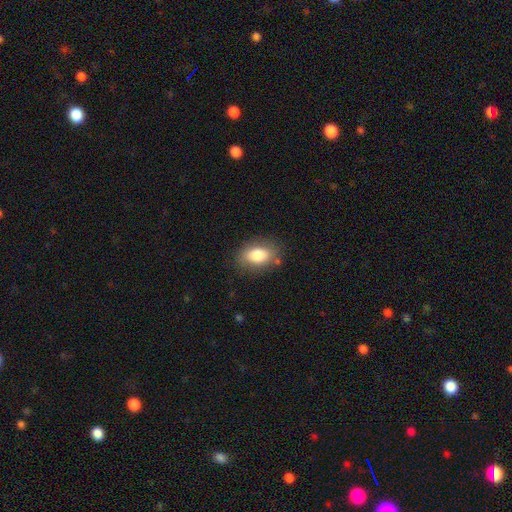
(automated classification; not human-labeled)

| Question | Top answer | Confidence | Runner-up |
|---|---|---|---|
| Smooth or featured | smooth | 80% | featured or disk (12%) |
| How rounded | in between | 83% | round (15%) |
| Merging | none | 80% | minor disturbance (14%) |